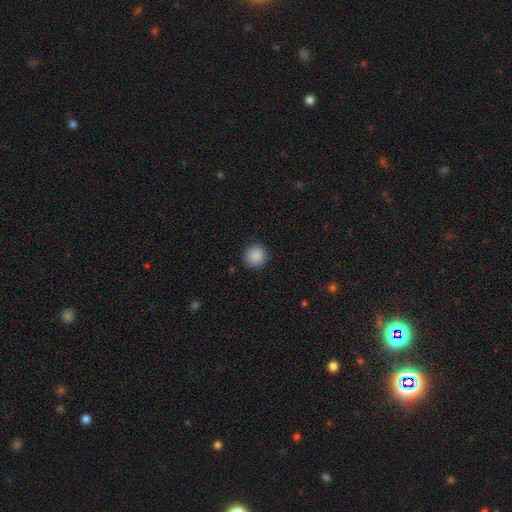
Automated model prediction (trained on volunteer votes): Smooth or featured? Predicted: smooth (p=0.89). How rounded? Predicted: round (p=0.92). Merging? Predicted: none (p=0.89).